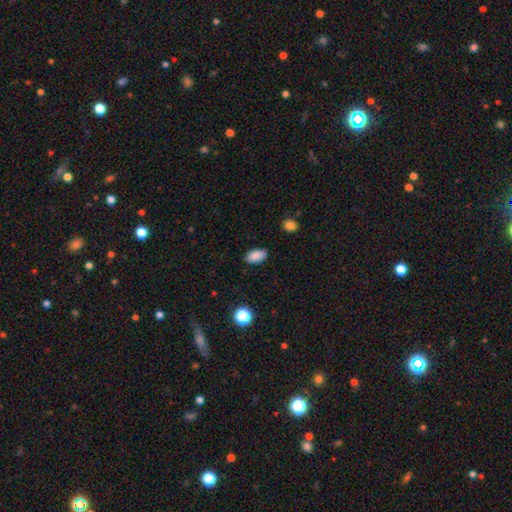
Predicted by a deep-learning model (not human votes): smooth_or_featured: smooth (p=0.87) [alt: star or artifact p=0.09]
how_rounded: in between (p=0.93) [alt: round p=0.05]
merging: none (p=0.85) [alt: minor disturbance p=0.11]